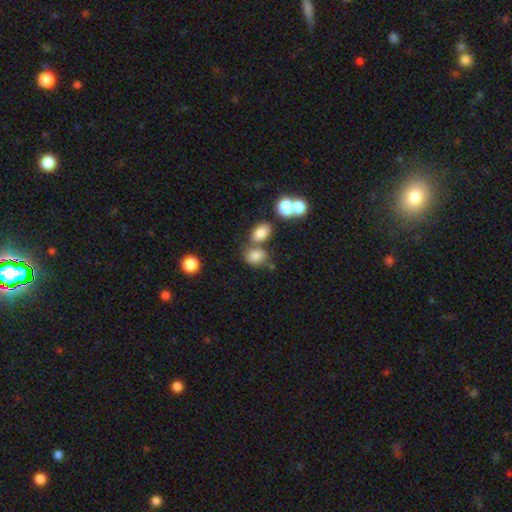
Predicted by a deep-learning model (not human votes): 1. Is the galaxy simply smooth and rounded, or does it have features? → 81% smooth, 11% star or artifact, 8% featured or disk.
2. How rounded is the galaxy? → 69% in between, 29% round, 1% cigar-shaped.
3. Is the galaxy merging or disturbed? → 50% none, 32% merger, 13% minor disturbance, 5% major disturbance.